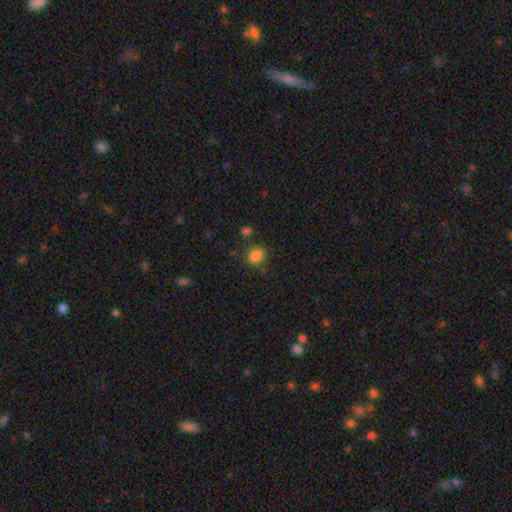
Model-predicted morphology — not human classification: Smooth or featured: smooth — 85% (star or artifact — 11%)
How rounded: round — 59% (in between — 40%)
Merging: none — 77% (minor disturbance — 13%)